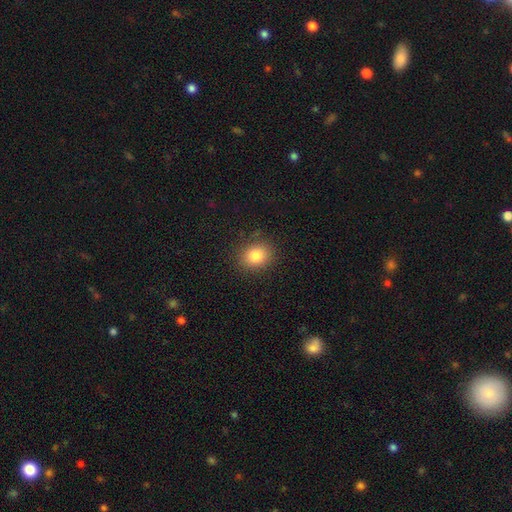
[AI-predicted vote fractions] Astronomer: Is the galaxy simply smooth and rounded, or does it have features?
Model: smooth — 82%.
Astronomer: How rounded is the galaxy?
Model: round — 60% (runner-up: in between, 39%).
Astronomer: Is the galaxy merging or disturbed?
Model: none — 86%.